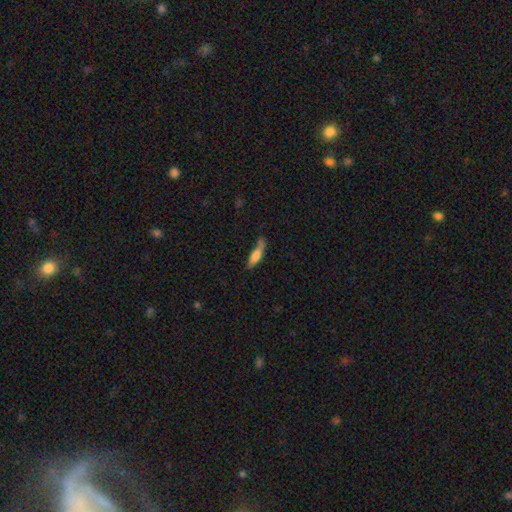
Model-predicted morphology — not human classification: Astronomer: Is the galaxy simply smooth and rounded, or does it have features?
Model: smooth — 66%.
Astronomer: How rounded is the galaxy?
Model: cigar-shaped — 67%.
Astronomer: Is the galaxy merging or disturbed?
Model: none — 52% (runner-up: minor disturbance, 31%).